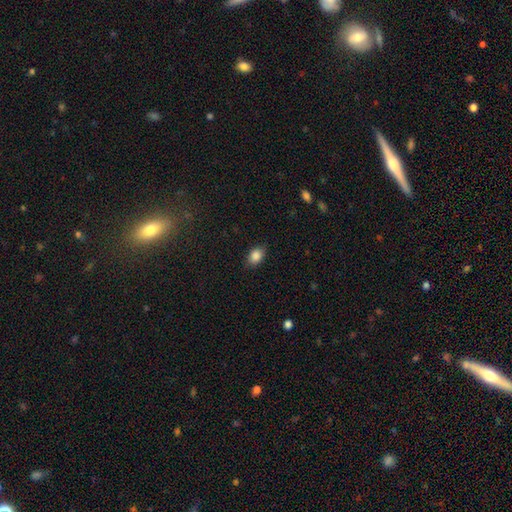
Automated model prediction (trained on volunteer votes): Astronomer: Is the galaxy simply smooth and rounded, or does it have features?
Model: smooth — 86%.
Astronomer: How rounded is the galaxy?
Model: in between — 75%.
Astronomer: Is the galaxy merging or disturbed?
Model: none — 84%.